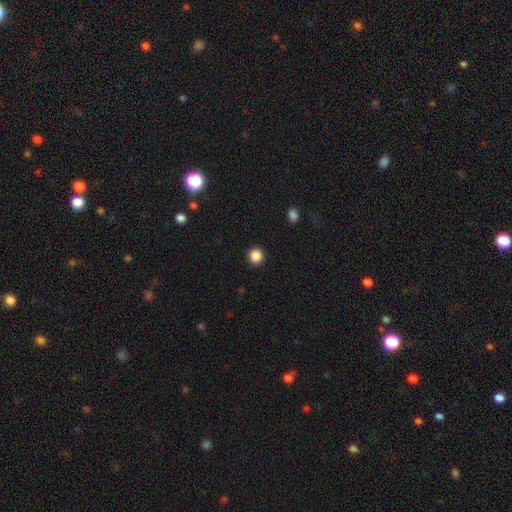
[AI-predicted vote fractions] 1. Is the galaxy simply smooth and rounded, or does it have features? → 87% smooth, 10% star or artifact, 3% featured or disk.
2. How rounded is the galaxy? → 94% round, 5% in between, 1% cigar-shaped.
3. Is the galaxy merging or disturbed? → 92% none, 5% minor disturbance, 2% major disturbance, 1% merger.